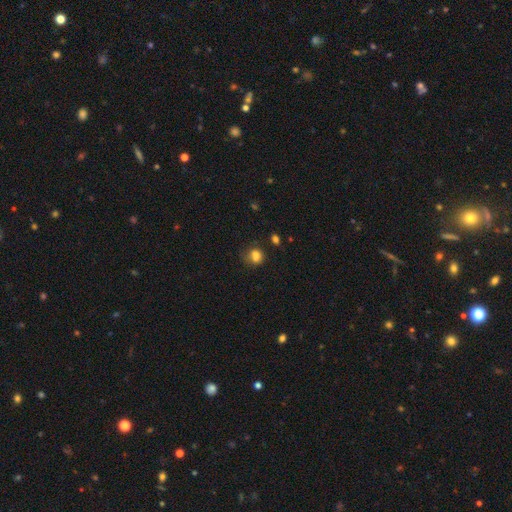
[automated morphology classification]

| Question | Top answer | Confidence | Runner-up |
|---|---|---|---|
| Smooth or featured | smooth | 76% | star or artifact (13%) |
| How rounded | round | 56% | in between (43%) |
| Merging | none | 46% | minor disturbance (23%) |